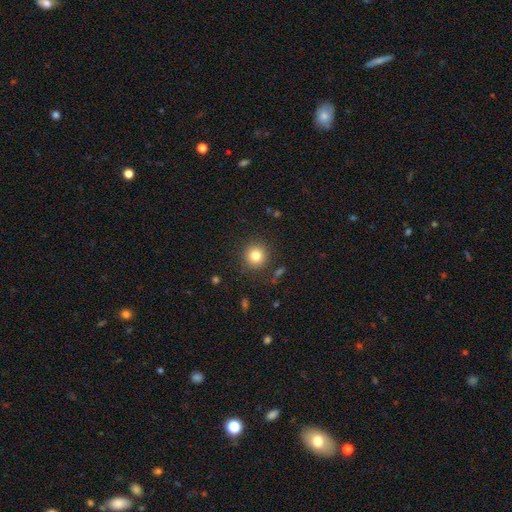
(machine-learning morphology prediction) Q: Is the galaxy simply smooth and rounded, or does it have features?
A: smooth — 81%.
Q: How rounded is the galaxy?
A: round — 94%.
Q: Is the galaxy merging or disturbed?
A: none — 89%.